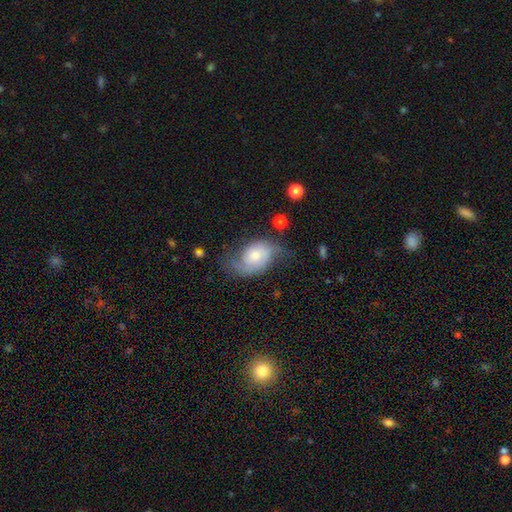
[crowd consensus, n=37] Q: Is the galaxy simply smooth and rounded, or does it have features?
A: featured or disk — 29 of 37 (78%).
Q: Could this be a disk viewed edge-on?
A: no — 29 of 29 (100%).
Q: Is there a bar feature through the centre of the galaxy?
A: no — 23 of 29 (79%).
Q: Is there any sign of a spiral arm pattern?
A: yes — 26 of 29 (90%).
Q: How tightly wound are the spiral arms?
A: medium — 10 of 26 (38%).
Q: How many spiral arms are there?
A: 2 — 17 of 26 (65%).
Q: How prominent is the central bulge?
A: moderate — 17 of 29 (59%).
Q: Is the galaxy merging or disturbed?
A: none — 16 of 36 (44%).